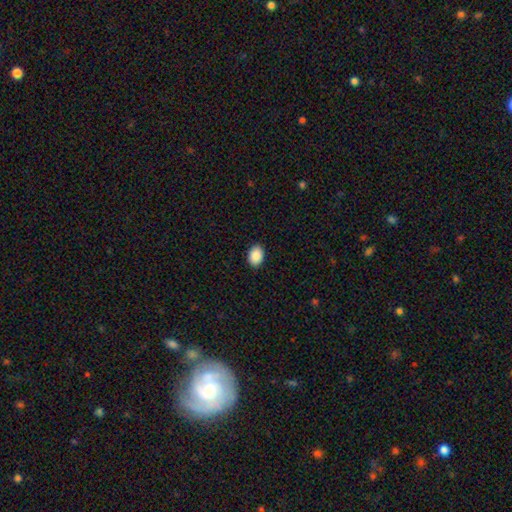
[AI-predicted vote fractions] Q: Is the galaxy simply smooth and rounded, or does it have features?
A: smooth — 90%.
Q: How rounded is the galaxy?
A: in between — 78%.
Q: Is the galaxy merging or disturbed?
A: none — 90%.